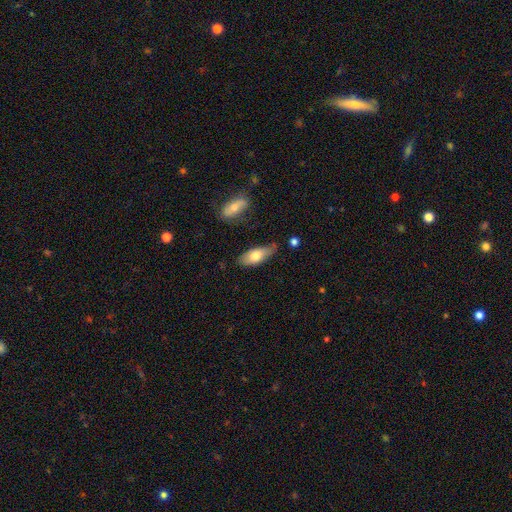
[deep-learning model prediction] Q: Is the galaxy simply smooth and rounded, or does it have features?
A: smooth — 71%.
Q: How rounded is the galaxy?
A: in between — 79%.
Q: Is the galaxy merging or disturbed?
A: none — 64%.